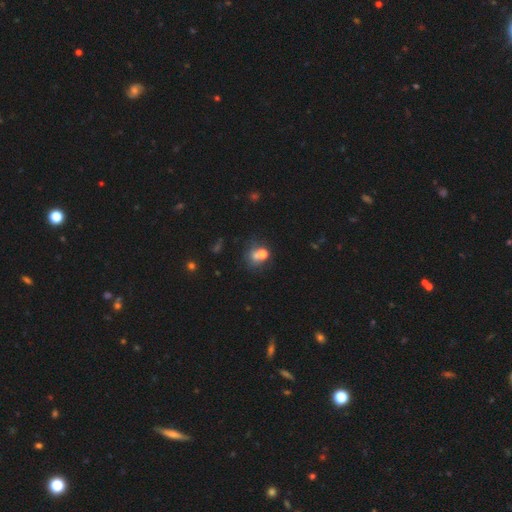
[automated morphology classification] Smooth or featured?
  - smooth: 61% *
  - star or artifact: 21%
  - featured or disk: 18%
How rounded?
  - round: 70% *
  - in between: 29%
  - cigar-shaped: 1%
Merging?
  - none: 43% *
  - merger: 32%
  - minor disturbance: 14%
  - major disturbance: 10%